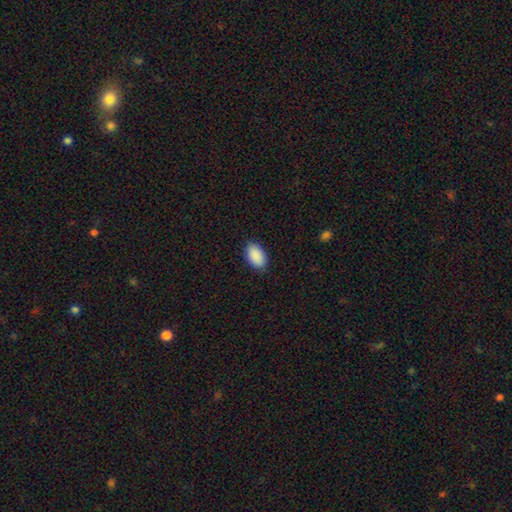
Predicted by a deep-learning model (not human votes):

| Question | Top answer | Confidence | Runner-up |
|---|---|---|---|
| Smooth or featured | smooth | 91% | star or artifact (6%) |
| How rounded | in between | 94% | round (5%) |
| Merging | none | 88% | minor disturbance (9%) |